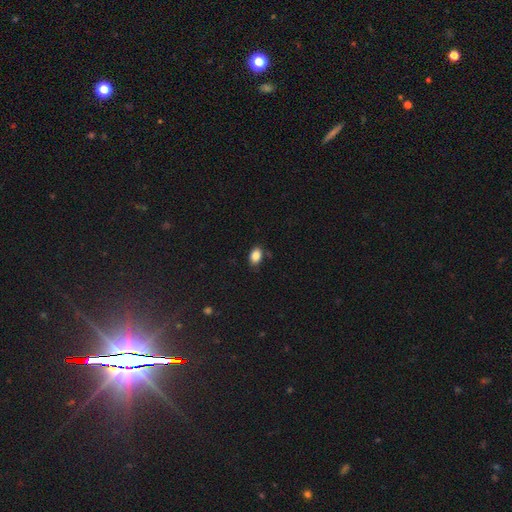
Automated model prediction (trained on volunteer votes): Overall: smooth (87%). How rounded: in between (86%). Merging: none (82%).